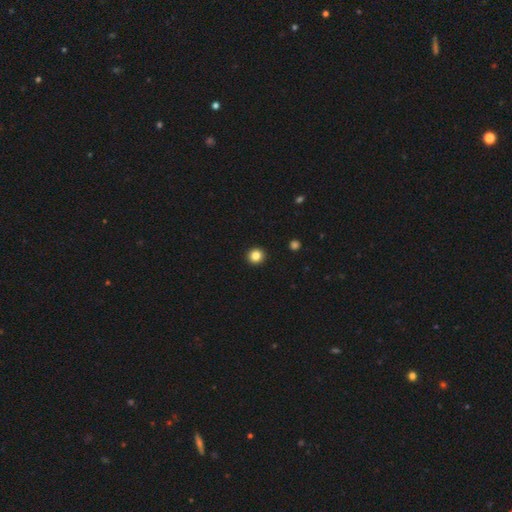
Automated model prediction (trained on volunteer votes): This is clearly a smooth galaxy (84%). How rounded: clearly round (93%). Merging: clearly none (94%).